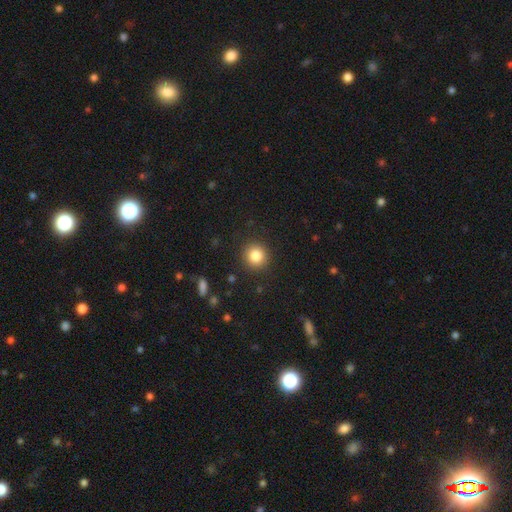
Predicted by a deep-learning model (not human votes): Q: Smooth or featured?
A: smooth (84%); runner-up: star or artifact (10%)
Q: How rounded?
A: round (92%); runner-up: in between (7%)
Q: Merging?
A: none (90%); runner-up: minor disturbance (6%)